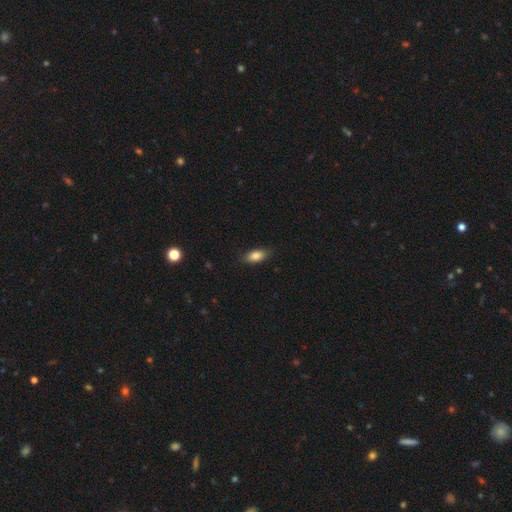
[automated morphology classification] Smooth or featured: smooth — 85% (featured or disk — 8%)
How rounded: in between — 88% (cigar-shaped — 8%)
Merging: none — 85% (minor disturbance — 12%)